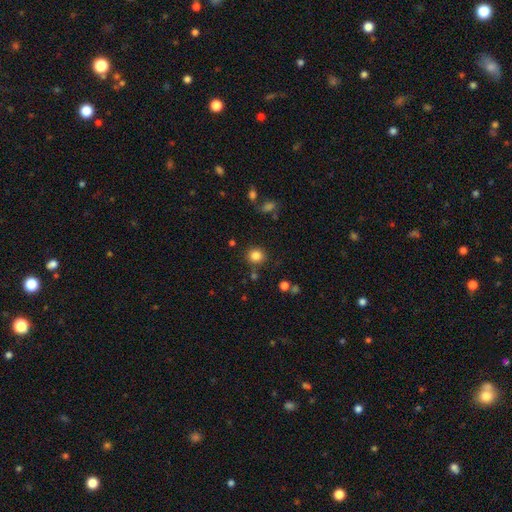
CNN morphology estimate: Overall: smooth (83%). How rounded: round (88%). Merging: none (85%).